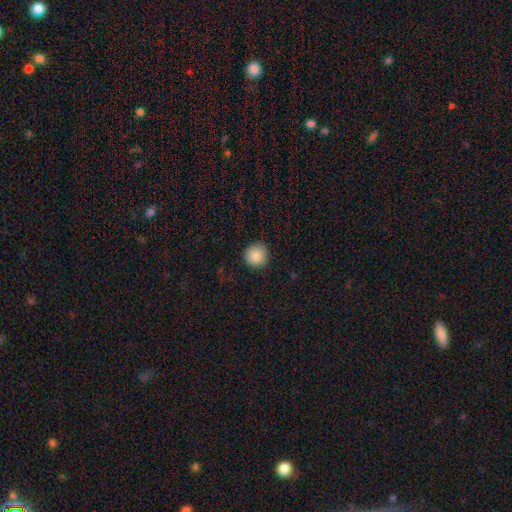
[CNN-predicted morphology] Smooth or featured: smooth — 88% (star or artifact — 8%)
How rounded: round — 94% (in between — 5%)
Merging: none — 89% (minor disturbance — 9%)